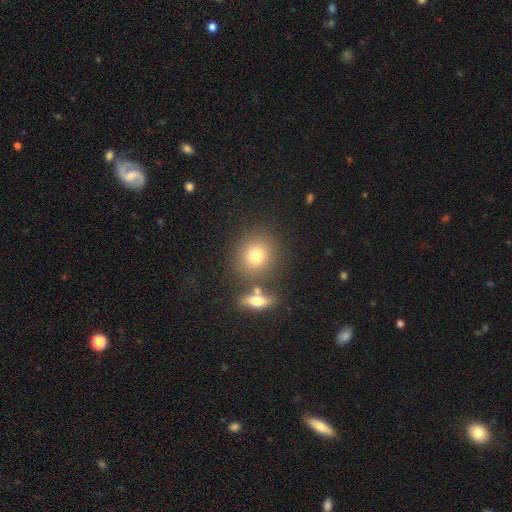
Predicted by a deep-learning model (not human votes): Overall: smooth (76%). How rounded: round (82%). Merging: none (73%).